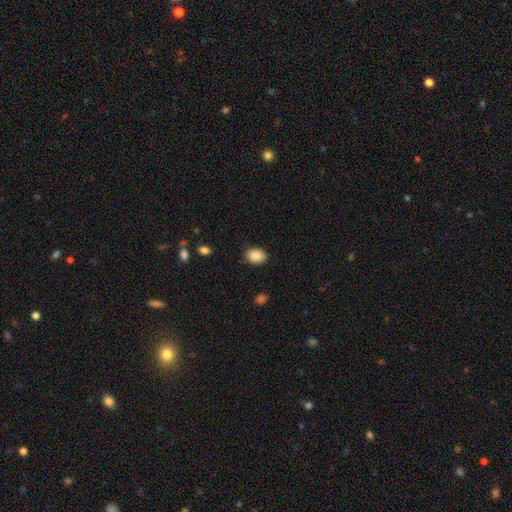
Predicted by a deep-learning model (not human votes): A smooth galaxy with no disk features (88%) that is in between round and cigar-shaped (76%). Merging: none (85%).